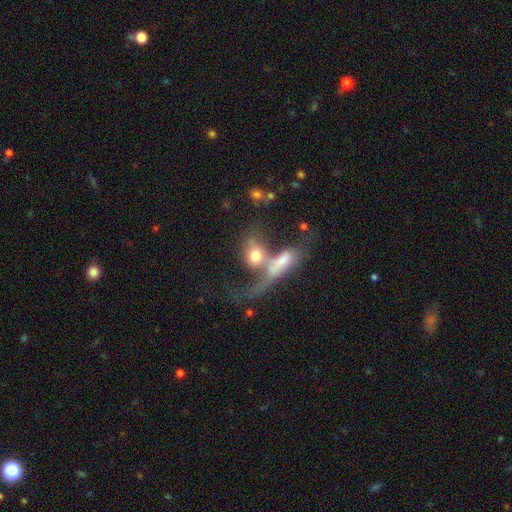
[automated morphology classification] Overall: smooth (55%; featured or disk 34%). How rounded: in between (56%; round 37%). Merging: merger (65%).